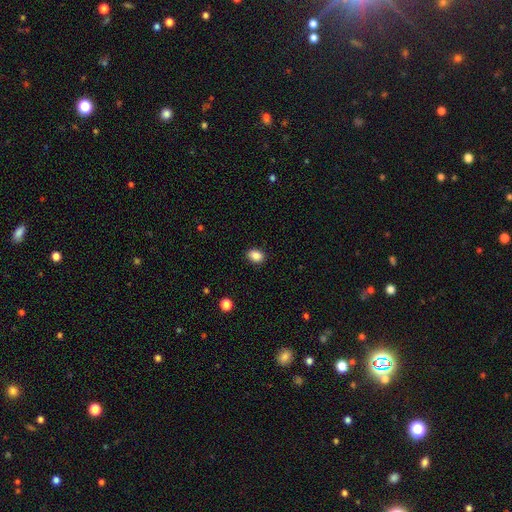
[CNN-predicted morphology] Q: Smooth or featured?
A: smooth (87%); runner-up: star or artifact (9%)
Q: How rounded?
A: in between (65%); runner-up: round (34%)
Q: Merging?
A: none (88%); runner-up: minor disturbance (9%)